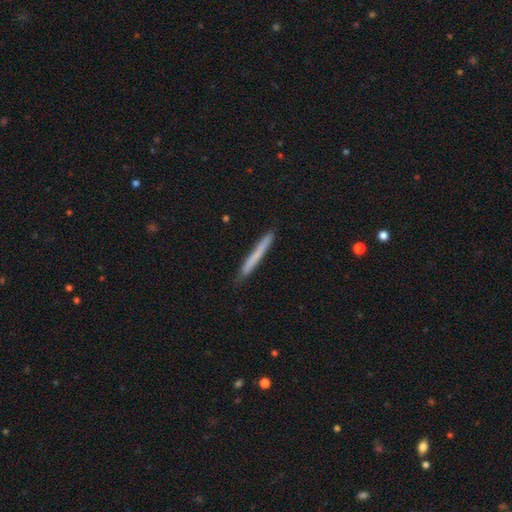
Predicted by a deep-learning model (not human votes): A smooth galaxy with no disk features (67%) that is cigar-shaped (97%).

Vote fractions:
- Smooth or featured? smooth: 67% / featured or disk: 27% / star or artifact: 6%
- How rounded? cigar-shaped: 97% / in between: 2% / round: 1%
- Merging? none: 88% / minor disturbance: 9% / major disturbance: 2% / merger: 1%